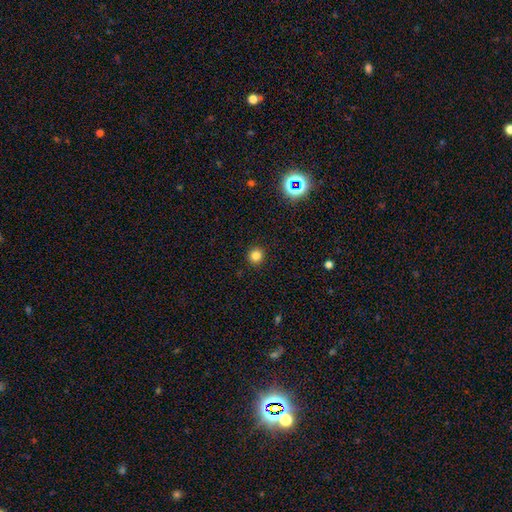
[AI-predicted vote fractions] smooth 81%, star or artifact 14%, featured or disk 5%. Down the decision tree: how rounded — round (93%); merging — none (93%).